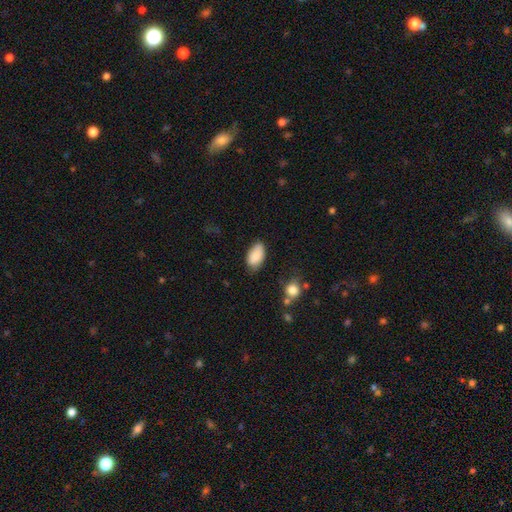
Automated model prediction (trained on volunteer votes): A smooth galaxy with no disk features (87%) that is in between round and cigar-shaped (94%).

Vote fractions:
- Smooth or featured? smooth: 87% / star or artifact: 7% / featured or disk: 6%
- How rounded? in between: 94% / round: 3% / cigar-shaped: 2%
- Merging? none: 67% / minor disturbance: 25% / major disturbance: 5% / merger: 2%